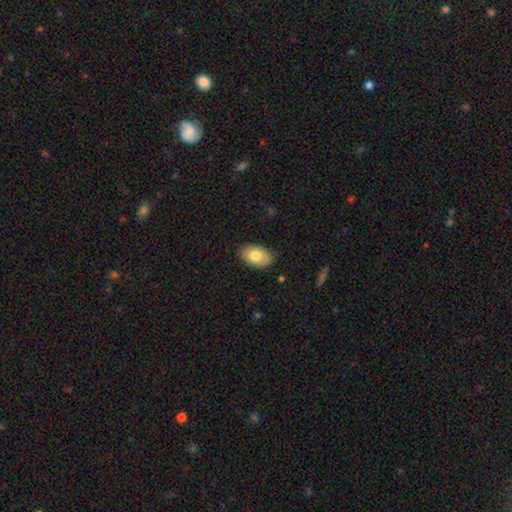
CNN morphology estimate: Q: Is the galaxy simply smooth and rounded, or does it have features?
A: smooth — 78%.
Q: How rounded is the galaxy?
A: in between — 92%.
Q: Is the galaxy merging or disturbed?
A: none — 85%.